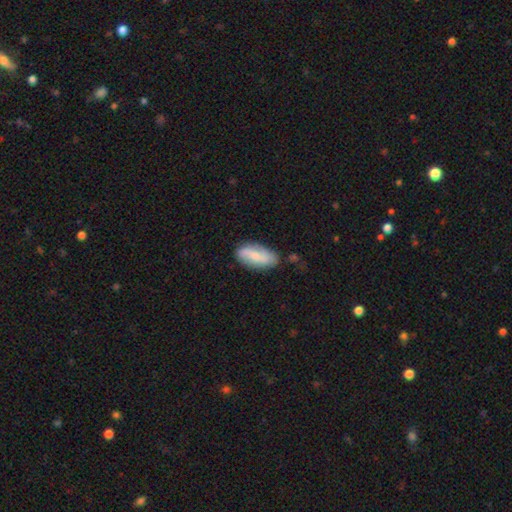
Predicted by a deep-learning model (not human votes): Overall: smooth (48%; featured or disk 46%). Merging: none (74%).